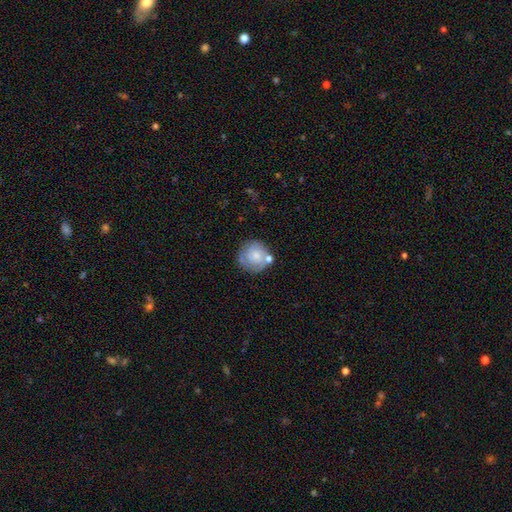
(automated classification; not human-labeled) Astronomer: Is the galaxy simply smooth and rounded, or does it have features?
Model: smooth — 53% (runner-up: featured or disk, 39%).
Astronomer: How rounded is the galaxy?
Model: round — 89%.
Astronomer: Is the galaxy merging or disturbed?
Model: none — 61%.